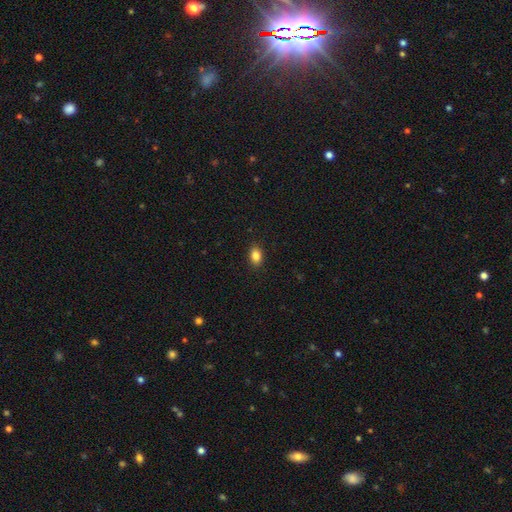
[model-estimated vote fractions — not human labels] The model was most divided on "how rounded": in between: 84%, round: 15%, cigar-shaped: 2%. More confident: merging — none (89%); smooth or featured — smooth (86%).